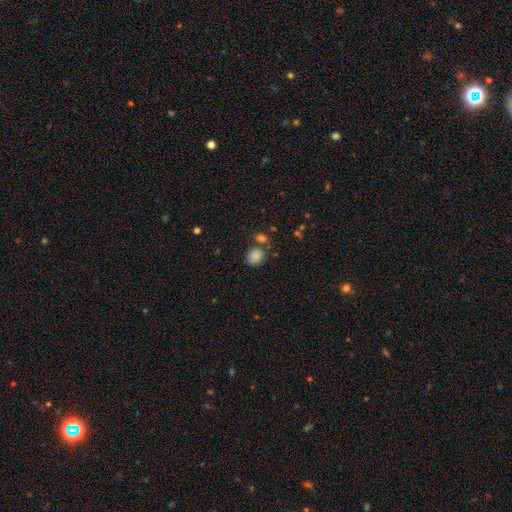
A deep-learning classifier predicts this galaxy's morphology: smooth 84%, star or artifact 10%, featured or disk 6%. Down the decision tree: how rounded — round (74%); merging — none (66%).